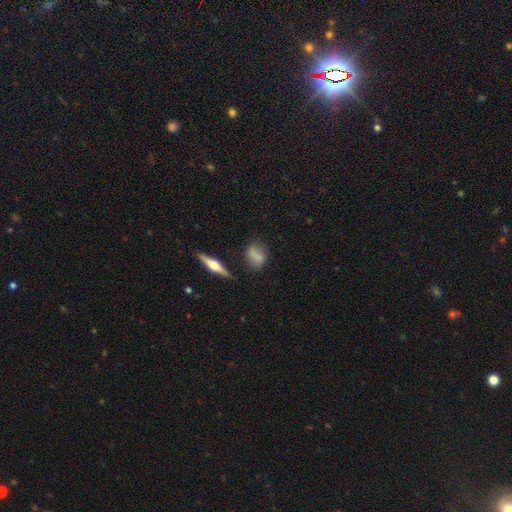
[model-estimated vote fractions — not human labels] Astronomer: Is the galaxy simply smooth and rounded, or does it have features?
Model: smooth — 70%.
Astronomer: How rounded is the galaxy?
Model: in between — 59%.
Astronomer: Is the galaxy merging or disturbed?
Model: none — 67%.